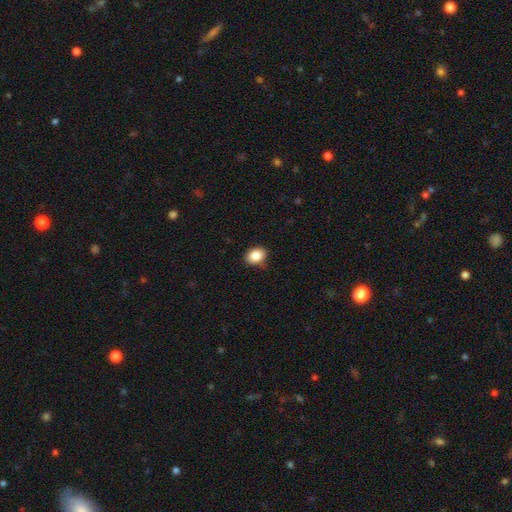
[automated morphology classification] This appears to be a smooth galaxy with no disk features (86%) that is in between round and cigar-shaped (65%). Merging: none (84%).